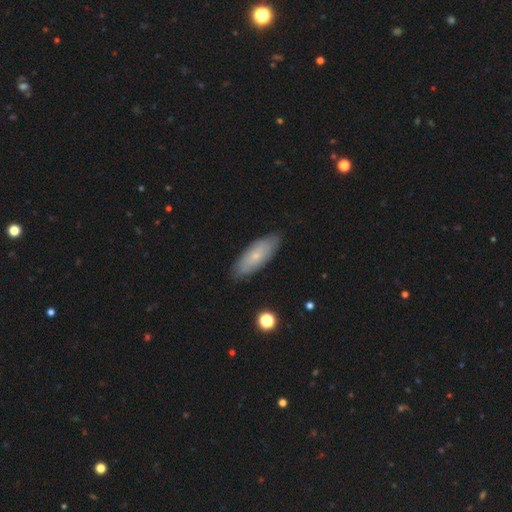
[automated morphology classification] Overall: smooth (58%; featured or disk 35%). How rounded: in between (69%; cigar-shaped 29%). Merging: none (84%).